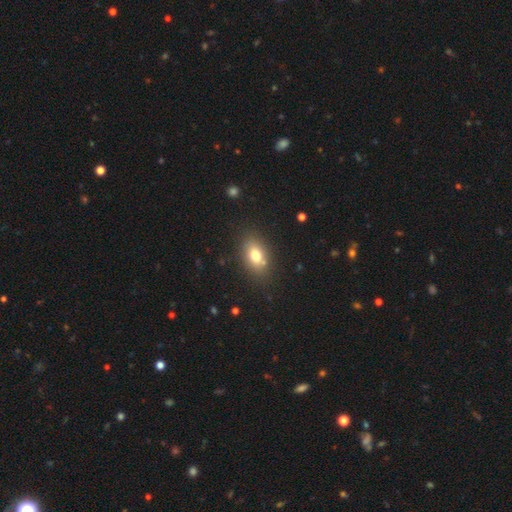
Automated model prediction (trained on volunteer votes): smooth 75%, featured or disk 14%, star or artifact 11%. Down the decision tree: how rounded — in between (80%); merging — none (80%).